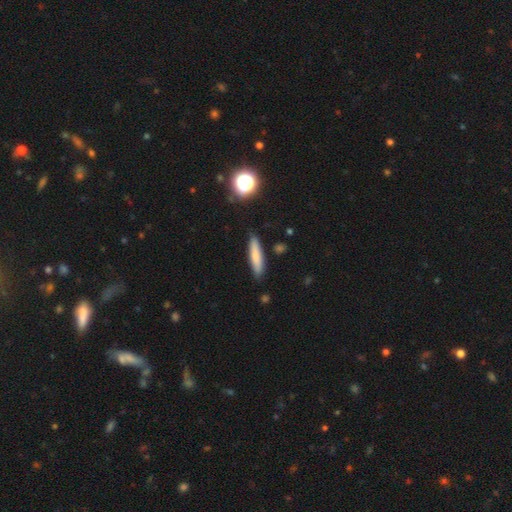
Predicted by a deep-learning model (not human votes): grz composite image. It shows a smooth galaxy with no disk features (75%) that is cigar-shaped (83%). Merging: none (86%).